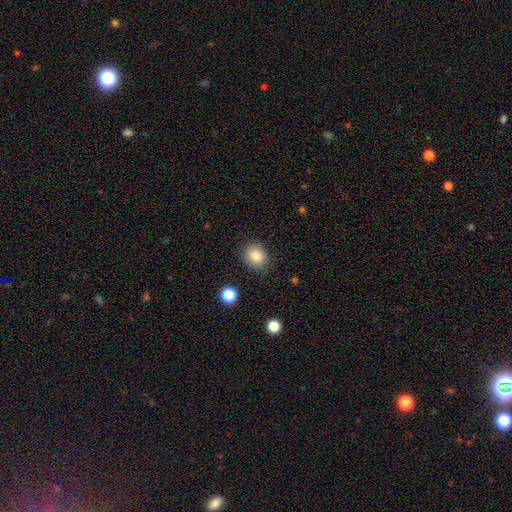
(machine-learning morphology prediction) smooth-or-featured: smooth: 84% | star or artifact: 10% | featured or disk: 7%
  how-rounded: round: 63% | in between: 36% | cigar-shaped: 1%
  merging: none: 82% | minor disturbance: 13% | major disturbance: 3% | merger: 2%